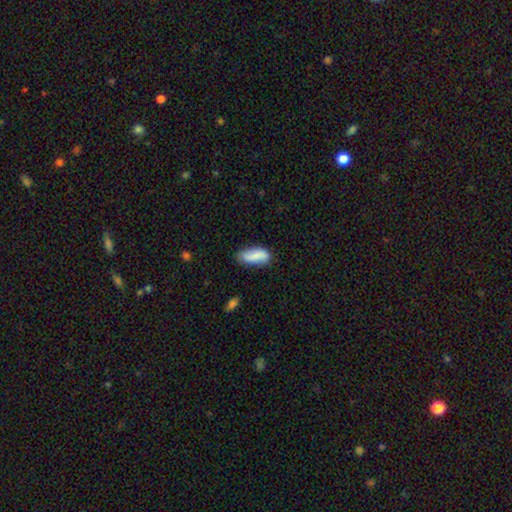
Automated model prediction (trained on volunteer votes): smooth-or-featured: smooth: 81% | featured or disk: 13% | star or artifact: 7%
  how-rounded: in between: 78% | cigar-shaped: 20% | round: 2%
  merging: none: 70% | minor disturbance: 23% | major disturbance: 5% | merger: 3%